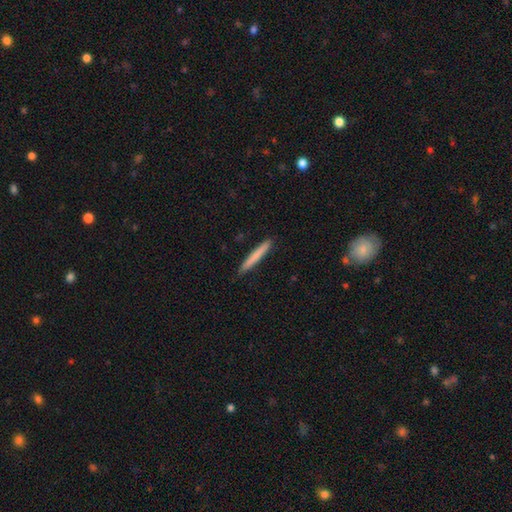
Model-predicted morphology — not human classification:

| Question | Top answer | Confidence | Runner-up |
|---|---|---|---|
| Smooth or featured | smooth | 74% | featured or disk (21%) |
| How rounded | cigar-shaped | 97% | in between (2%) |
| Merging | none | 91% | minor disturbance (6%) |